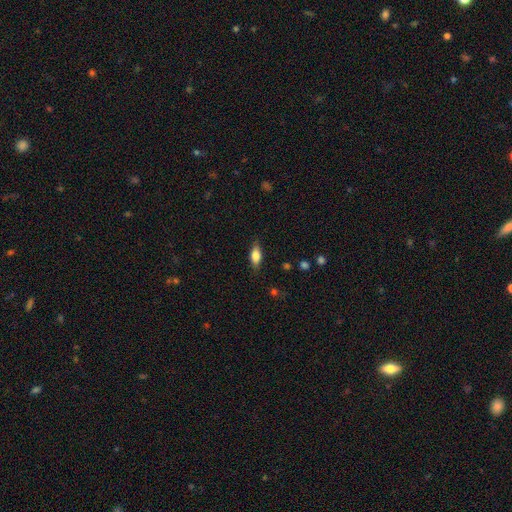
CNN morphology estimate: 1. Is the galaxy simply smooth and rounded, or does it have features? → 73% smooth, 20% featured or disk, 7% star or artifact.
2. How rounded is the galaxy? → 80% in between, 16% cigar-shaped, 5% round.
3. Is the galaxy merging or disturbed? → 82% none, 14% minor disturbance, 3% major disturbance, 1% merger.